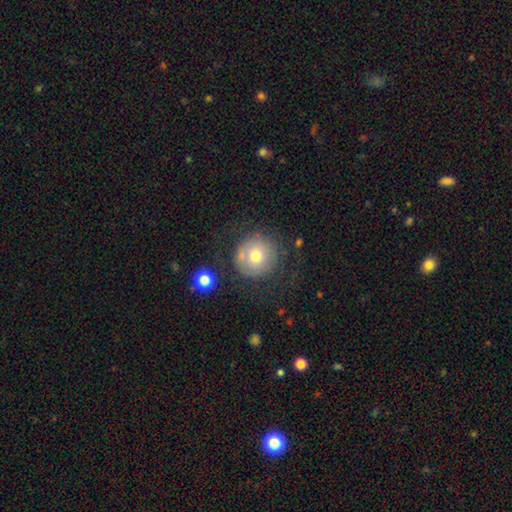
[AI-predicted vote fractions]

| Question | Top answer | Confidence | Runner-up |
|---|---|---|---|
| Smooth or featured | smooth | 64% | featured or disk (26%) |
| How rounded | round | 92% | in between (7%) |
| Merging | none | 68% | minor disturbance (17%) |